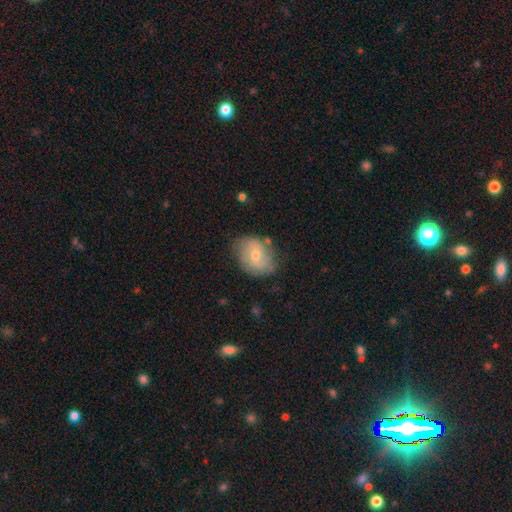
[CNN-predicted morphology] Smooth or featured: smooth — 47% (featured or disk — 46%)
Merging: none — 71% (minor disturbance — 21%)